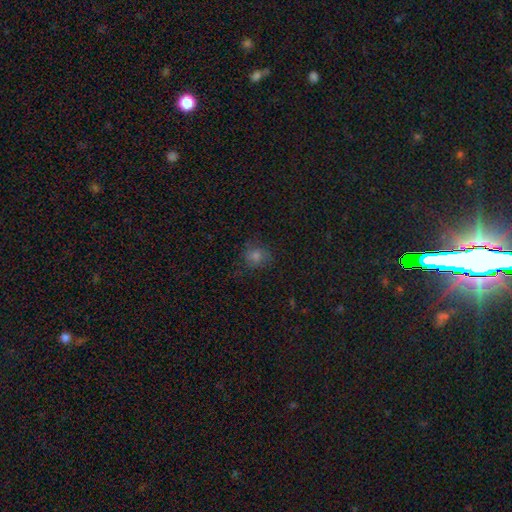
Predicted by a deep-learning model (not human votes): The model was most divided on "smooth or featured": smooth: 65%, star or artifact: 23%, featured or disk: 12%. More confident: how rounded — round (79%); merging — none (73%).